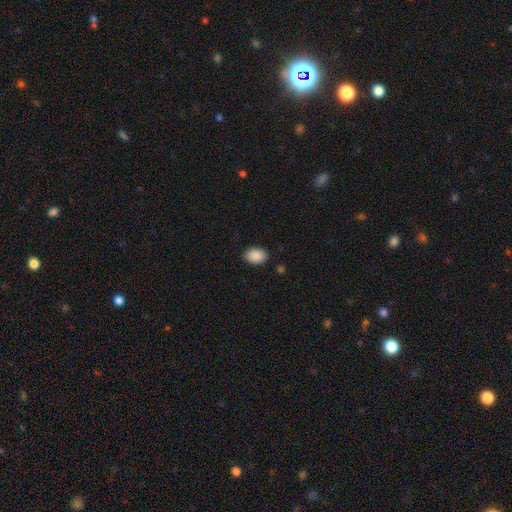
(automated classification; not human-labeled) Overall: smooth (90%). How rounded: in between (85%). Merging: none (87%).